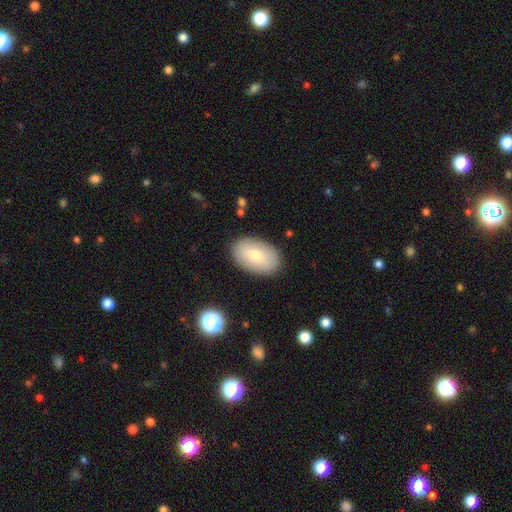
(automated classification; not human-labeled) smooth-or-featured: smooth: 70% | featured or disk: 23% | star or artifact: 7%
  how-rounded: in between: 91% | round: 8% | cigar-shaped: 1%
  merging: none: 86% | minor disturbance: 10% | major disturbance: 3% | merger: 1%